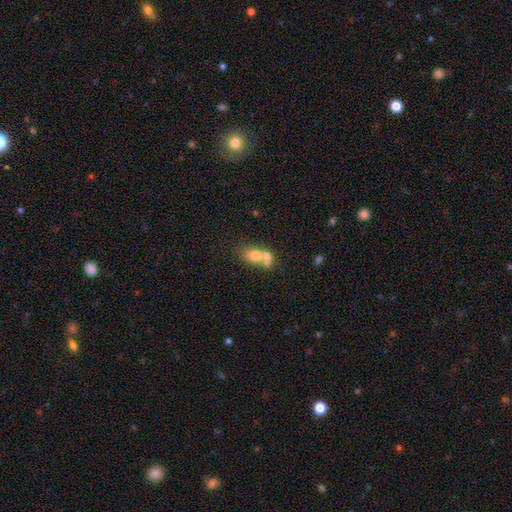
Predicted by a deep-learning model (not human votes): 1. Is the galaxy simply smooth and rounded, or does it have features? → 67% smooth, 22% featured or disk, 10% star or artifact.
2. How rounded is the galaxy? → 58% in between, 40% round, 2% cigar-shaped.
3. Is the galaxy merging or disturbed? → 64% merger, 23% none, 8% minor disturbance, 5% major disturbance.